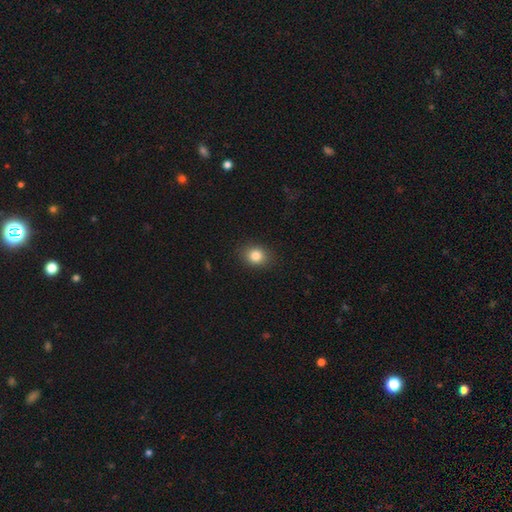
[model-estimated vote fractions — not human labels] This is clearly a smooth galaxy (83%). How rounded: likely round (61%). Merging: clearly none (88%).